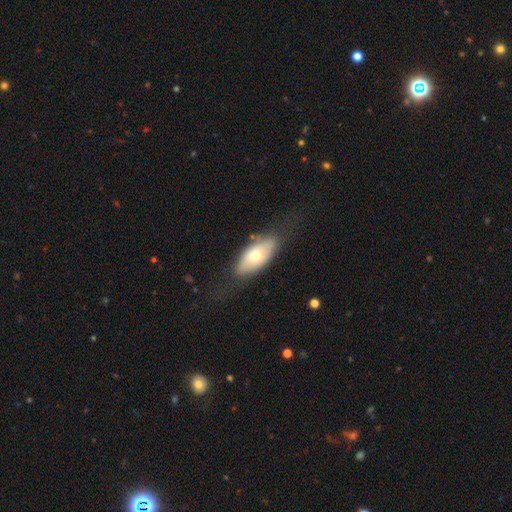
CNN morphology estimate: smooth 60%, featured or disk 33%, star or artifact 6%. Down the decision tree: how rounded — in between (88%); merging — none (73%).